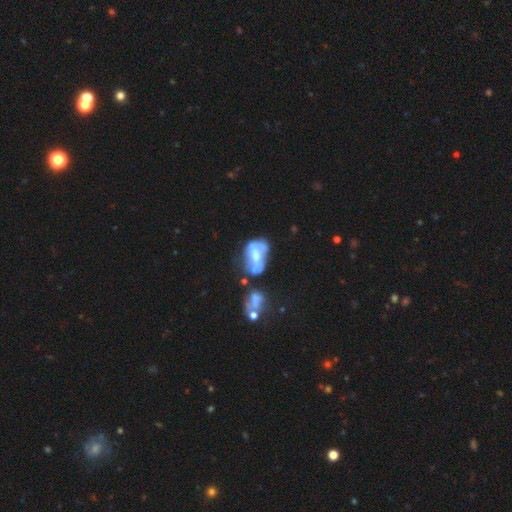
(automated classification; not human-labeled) featured or disk 62%, smooth 29%, star or artifact 8%. Down the decision tree: edge-on disk — no (96%); bar — no (56%); spiral arms — no (56%); bulge size — moderate (54%); merging — none (28%).